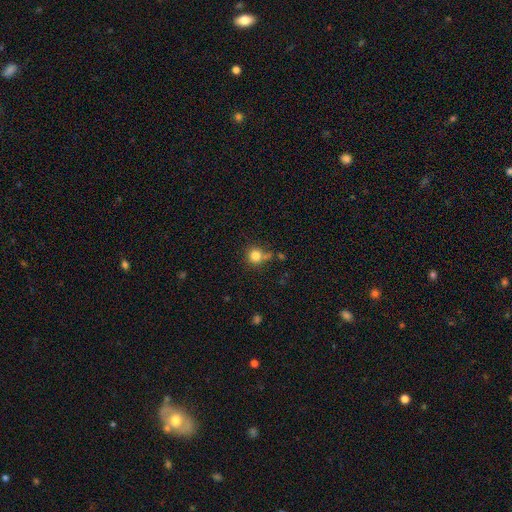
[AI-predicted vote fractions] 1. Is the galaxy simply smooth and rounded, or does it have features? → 81% smooth, 12% star or artifact, 7% featured or disk.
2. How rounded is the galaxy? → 92% round, 7% in between, 1% cigar-shaped.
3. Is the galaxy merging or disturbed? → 67% none, 15% minor disturbance, 13% merger, 5% major disturbance.